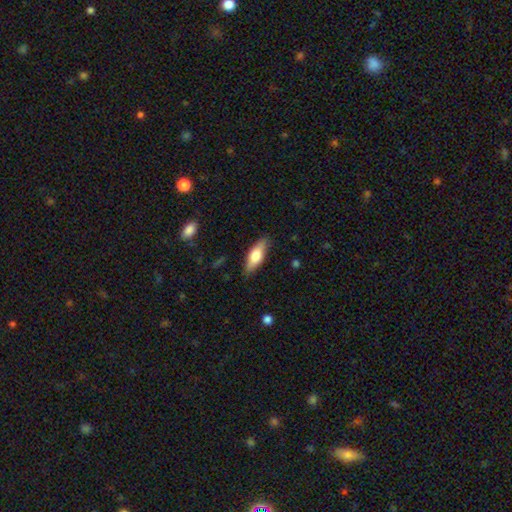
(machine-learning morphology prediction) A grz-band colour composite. It shows a smooth galaxy with no disk features (62%) that is in between round and cigar-shaped (64%). Merging: none (84%).